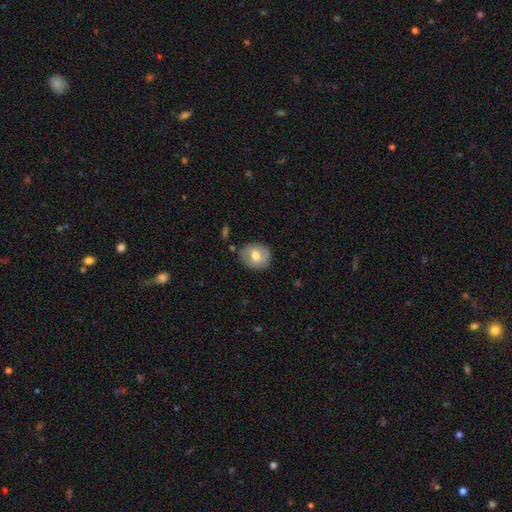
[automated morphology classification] Overall: smooth (66%; featured or disk 27%). How rounded: round (67%; in between 32%). Merging: none (81%).